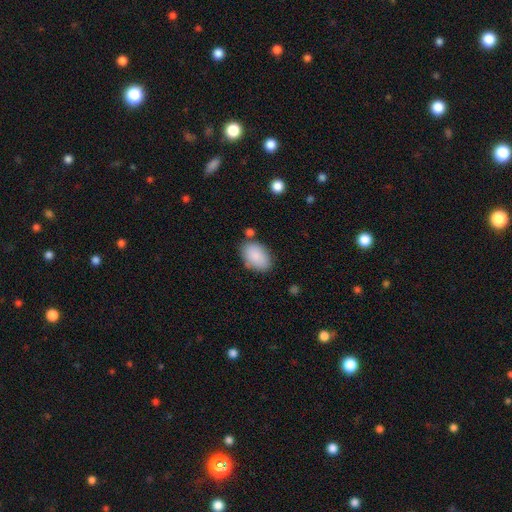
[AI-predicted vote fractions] Smooth or featured: smooth — 87% (star or artifact — 6%)
How rounded: in between — 91% (round — 8%)
Merging: none — 72% (minor disturbance — 17%)